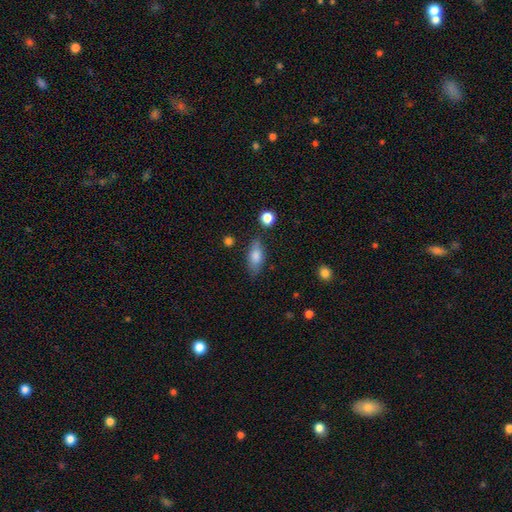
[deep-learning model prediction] Morphology: type=smooth (77%); roundness=in between (80%); merging=none (75%).